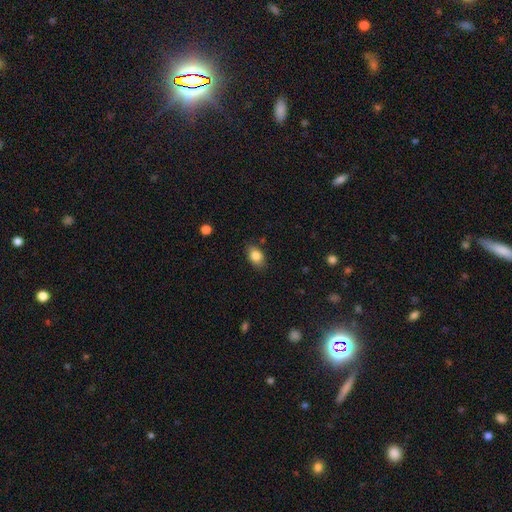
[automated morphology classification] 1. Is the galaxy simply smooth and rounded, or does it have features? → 85% smooth, 8% star or artifact, 7% featured or disk.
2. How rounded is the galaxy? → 83% in between, 15% round, 1% cigar-shaped.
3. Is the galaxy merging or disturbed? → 83% none, 13% minor disturbance, 3% major disturbance, 1% merger.